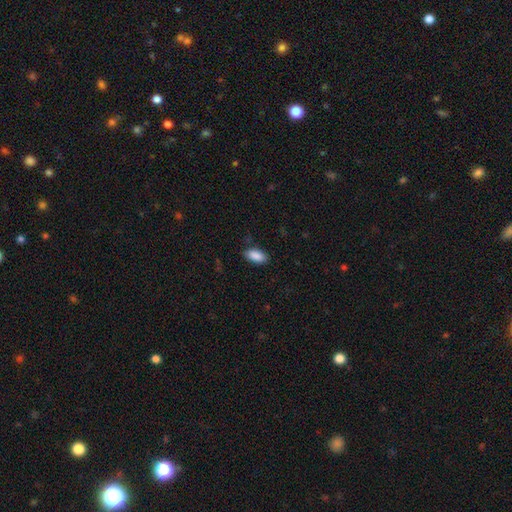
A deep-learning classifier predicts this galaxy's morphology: Smooth or featured? Predicted: smooth (p=0.89). How rounded? Predicted: in between (p=0.91). Merging? Predicted: none (p=0.83).